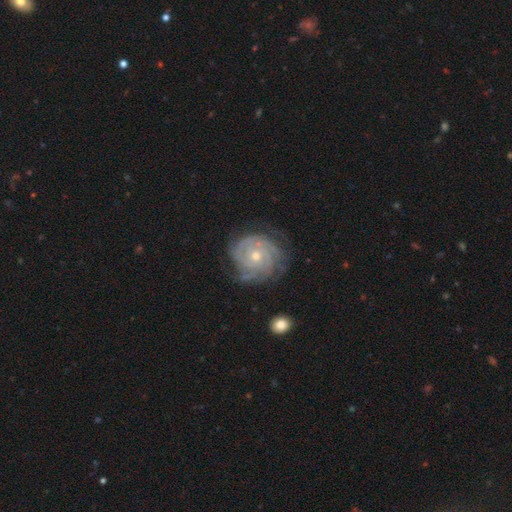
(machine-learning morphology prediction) smooth-or-featured: featured or disk: 87% | smooth: 7% | star or artifact: 6%
  disk-edge-on: no: 98% | yes: 2%
    bar: no: 79% | weak: 16% | strong: 4%
    has-spiral-arms: yes: 97% | no: 3%
      spiral-winding: tight: 80% | medium: 17% | loose: 3%
      spiral-arm-count: 3: 28% | can't tell: 24% | 4: 21% | 2: 12% | more than 4: 8% | 1: 6%
    bulge-size: small: 49% | moderate: 48% | large: 1% | none: 1% | dominant: 1%
  merging: none: 75% | minor disturbance: 17% | major disturbance: 6% | merger: 1%